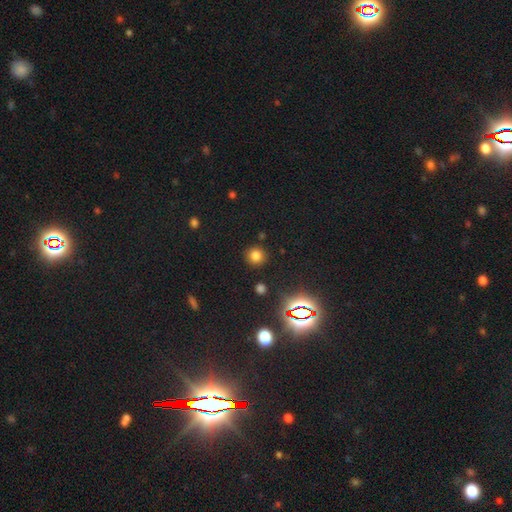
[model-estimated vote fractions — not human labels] Smooth or featured? smooth (75%)
How rounded? round (92%)
Merging? none (88%)